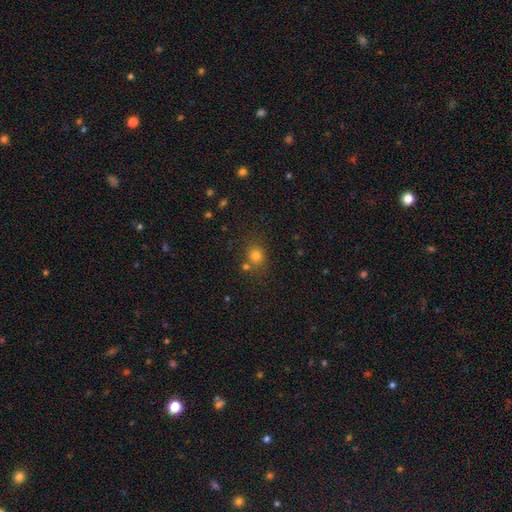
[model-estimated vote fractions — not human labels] This is likely a smooth galaxy (78%). How rounded: likely round (78%). Merging: likely none (67%).